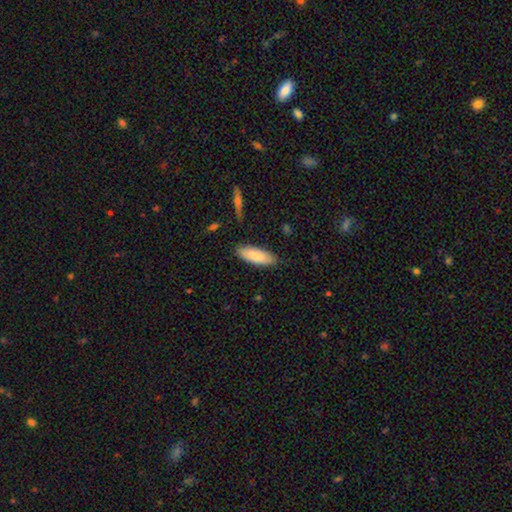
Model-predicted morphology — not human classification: The model was most divided on "how rounded": in between: 68%, cigar-shaped: 30%, round: 1%. More confident: merging — none (85%); smooth or featured — smooth (85%).